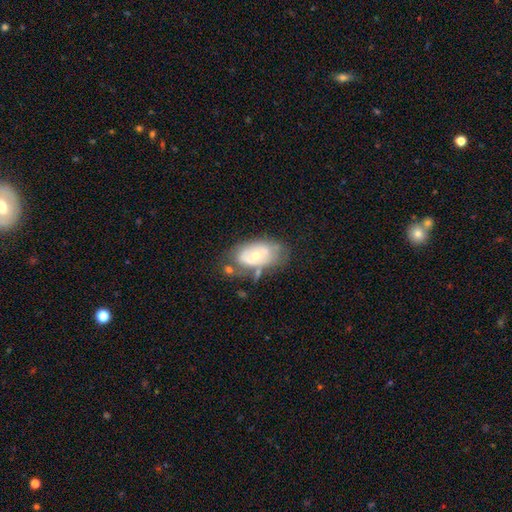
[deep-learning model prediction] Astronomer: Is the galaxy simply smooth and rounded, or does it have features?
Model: featured or disk — 54% (runner-up: smooth, 39%).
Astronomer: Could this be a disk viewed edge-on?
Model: no — 92%.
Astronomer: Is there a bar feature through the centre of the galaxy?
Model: no — 79%.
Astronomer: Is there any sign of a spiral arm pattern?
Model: no — 65%.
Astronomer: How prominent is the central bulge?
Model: moderate — 58% (runner-up: small, 36%).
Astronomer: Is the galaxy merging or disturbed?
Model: none — 47% (runner-up: minor disturbance, 27%).